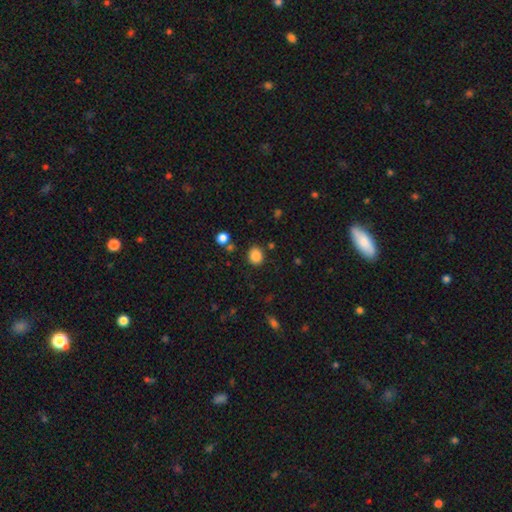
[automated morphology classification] A smooth galaxy with no disk features (86%) that is round (69%). Merging: none (84%).